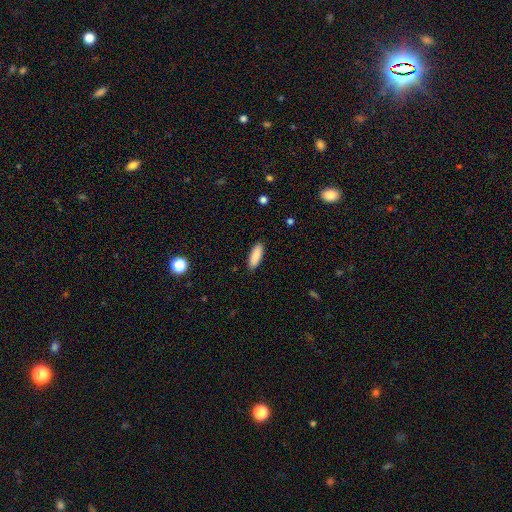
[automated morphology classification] The model was most divided on "how rounded": in between: 65%, cigar-shaped: 33%, round: 2%. More confident: merging — none (89%); smooth or featured — smooth (88%).